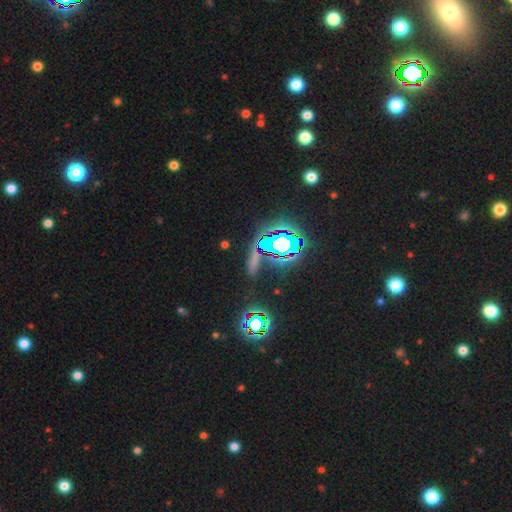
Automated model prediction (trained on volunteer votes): A star or artifact, not a galaxy (65%).

Vote fractions:
- Smooth or featured? star or artifact: 65% / smooth: 21% / featured or disk: 14%